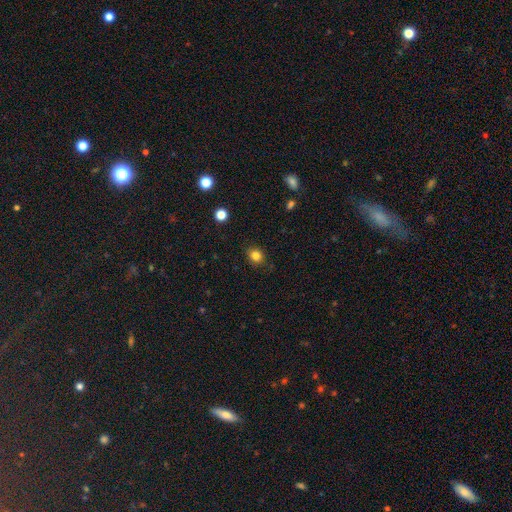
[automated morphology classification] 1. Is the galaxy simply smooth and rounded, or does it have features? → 82% smooth, 13% star or artifact, 5% featured or disk.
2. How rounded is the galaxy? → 67% round, 32% in between, 1% cigar-shaped.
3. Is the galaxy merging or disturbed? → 84% none, 12% minor disturbance, 3% major disturbance, 1% merger.